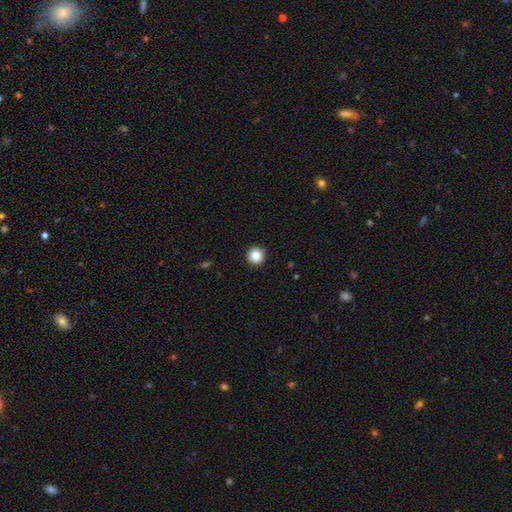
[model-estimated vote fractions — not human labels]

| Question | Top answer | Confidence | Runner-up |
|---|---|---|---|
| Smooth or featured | smooth | 85% | star or artifact (10%) |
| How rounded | round | 95% | in between (4%) |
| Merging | none | 93% | minor disturbance (4%) |